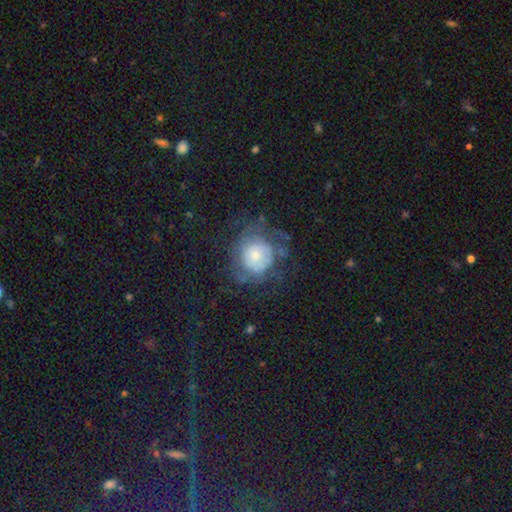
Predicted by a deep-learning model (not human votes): smooth-or-featured: featured or disk: 45% | smooth: 44% | star or artifact: 10%
  merging: none: 50% | major disturbance: 24% | minor disturbance: 23% | merger: 3%